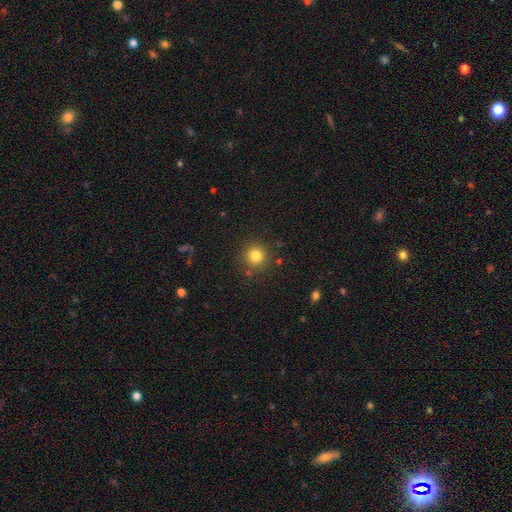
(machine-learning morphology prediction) Overall: smooth (81%). How rounded: round (94%). Merging: none (87%).